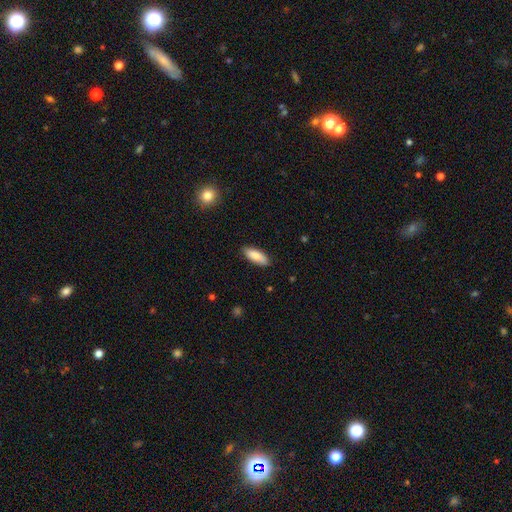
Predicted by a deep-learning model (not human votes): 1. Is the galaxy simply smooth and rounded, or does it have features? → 84% smooth, 10% featured or disk, 6% star or artifact.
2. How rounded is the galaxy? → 70% in between, 28% cigar-shaped, 2% round.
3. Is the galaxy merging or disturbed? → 86% none, 11% minor disturbance, 2% major disturbance, 1% merger.